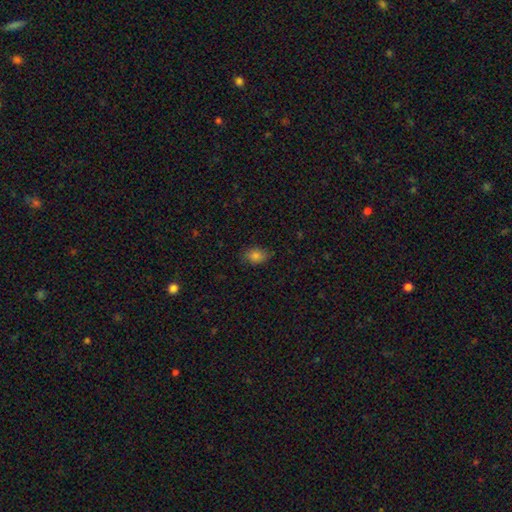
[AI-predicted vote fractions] smooth_or_featured: smooth (p=0.83) [alt: star or artifact p=0.11]
how_rounded: in between (p=0.75) [alt: round p=0.23]
merging: none (p=0.74) [alt: minor disturbance p=0.21]